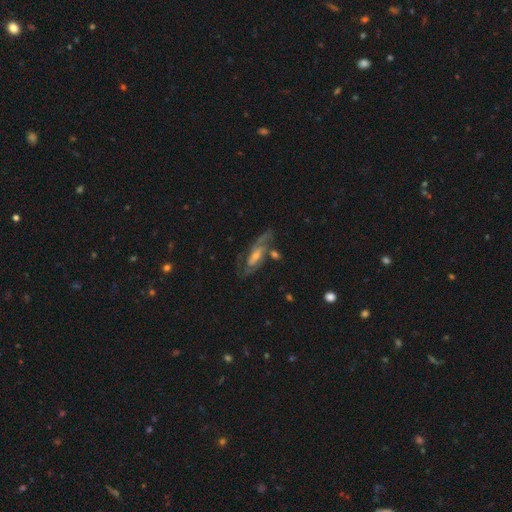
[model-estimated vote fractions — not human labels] Smooth or featured: featured or disk — 80% (smooth — 12%)
Edge-on disk: no — 88% (yes — 12%)
Bar: weak — 43% (no — 38%)
Spiral arms: yes — 93% (no — 7%)
Spiral winding: medium — 48% (tight — 29%)
Spiral arm count: 2 — 77% (can't tell — 11%)
Bulge size: small — 51% (moderate — 38%)
Merging: none — 62% (minor disturbance — 18%)